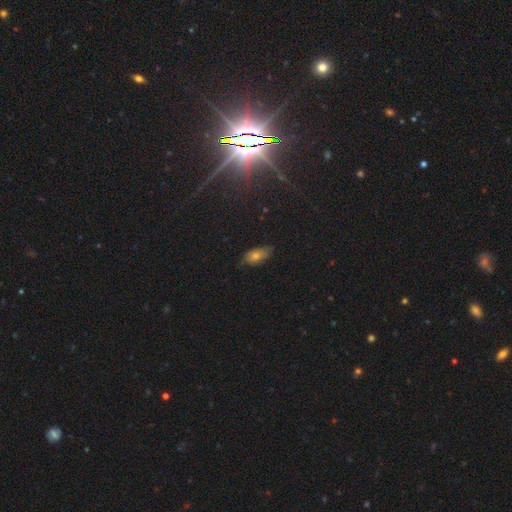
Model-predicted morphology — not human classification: smooth 50%, featured or disk 26%, star or artifact 24%. Down the decision tree: merging — none (65%).